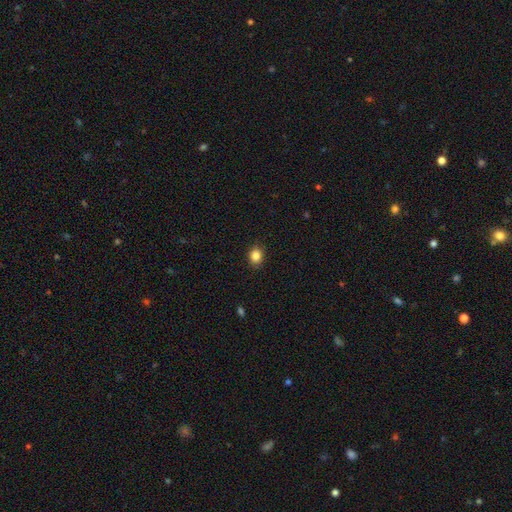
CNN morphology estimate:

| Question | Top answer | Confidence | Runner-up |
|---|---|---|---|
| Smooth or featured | smooth | 85% | star or artifact (10%) |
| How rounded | round | 60% | in between (39%) |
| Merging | none | 89% | minor disturbance (8%) |